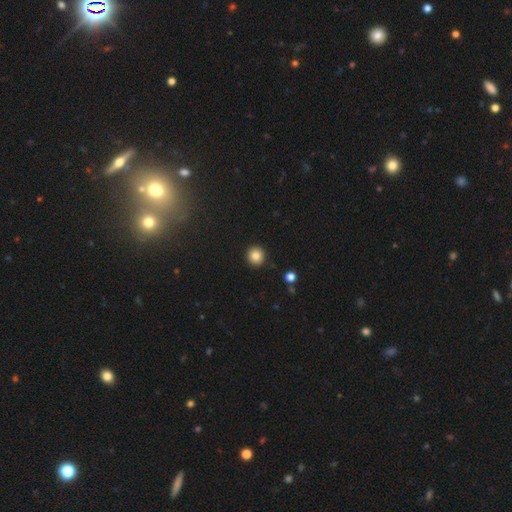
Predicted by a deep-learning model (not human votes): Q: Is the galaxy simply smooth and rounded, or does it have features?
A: smooth — 85%.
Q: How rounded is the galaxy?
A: round — 92%.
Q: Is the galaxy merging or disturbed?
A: none — 92%.